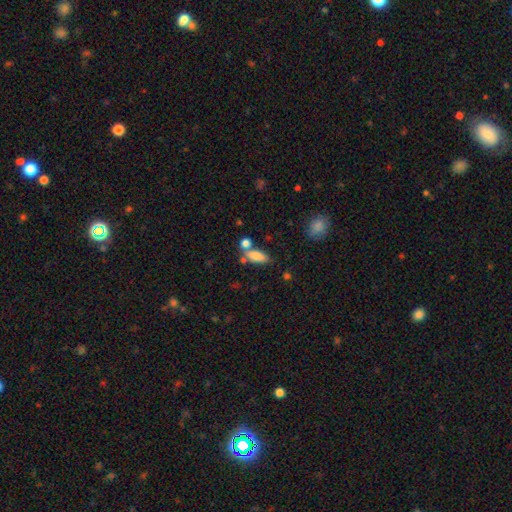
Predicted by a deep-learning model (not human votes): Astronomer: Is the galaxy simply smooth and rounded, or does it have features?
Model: smooth — 82%.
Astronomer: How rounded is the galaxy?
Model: in between — 76%.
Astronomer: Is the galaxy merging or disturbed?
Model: none — 53%.